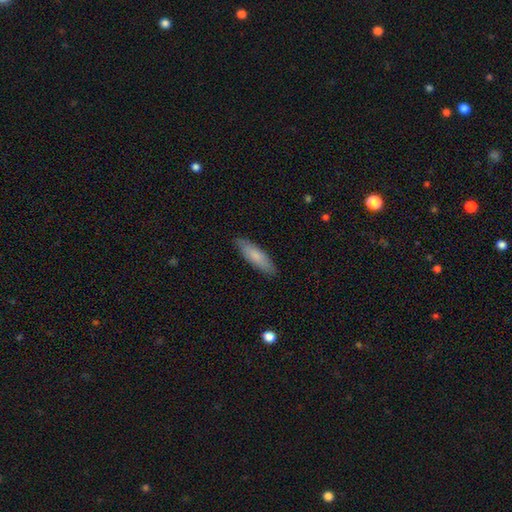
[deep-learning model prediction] smooth_or_featured: smooth (p=0.76) [alt: featured or disk p=0.18]
how_rounded: cigar-shaped (p=0.60) [alt: in between p=0.39]
merging: none (p=0.87) [alt: minor disturbance p=0.10]